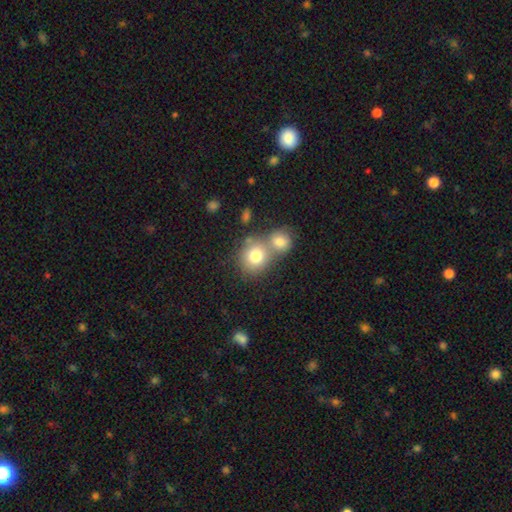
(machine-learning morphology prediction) The model was most divided on "merging": merger: 48%, none: 41%, minor disturbance: 8%, major disturbance: 3%. More confident: how rounded — round (79%); smooth or featured — smooth (77%).